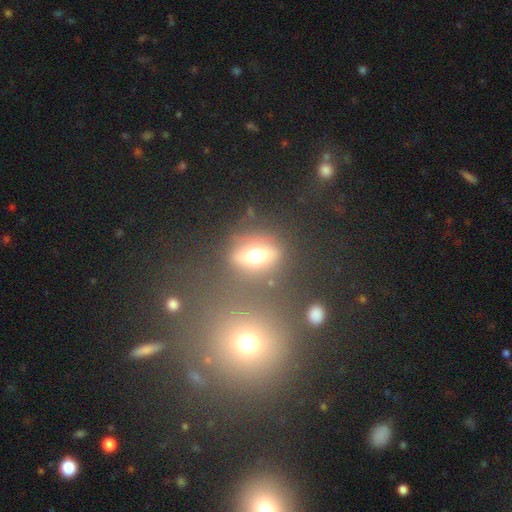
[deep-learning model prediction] Smooth or featured? Predicted: smooth (p=0.51). How rounded? Predicted: in between (p=0.58). Merging? Predicted: none (p=0.77).